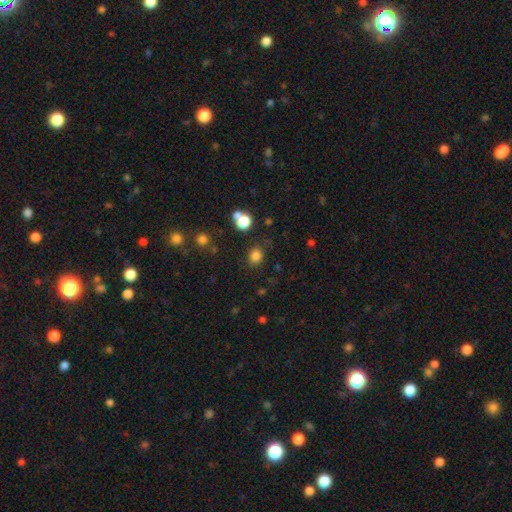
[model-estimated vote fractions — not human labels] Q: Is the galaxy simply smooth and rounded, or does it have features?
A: smooth — 81%.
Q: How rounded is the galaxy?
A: round — 70%.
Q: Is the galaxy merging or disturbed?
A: none — 80%.